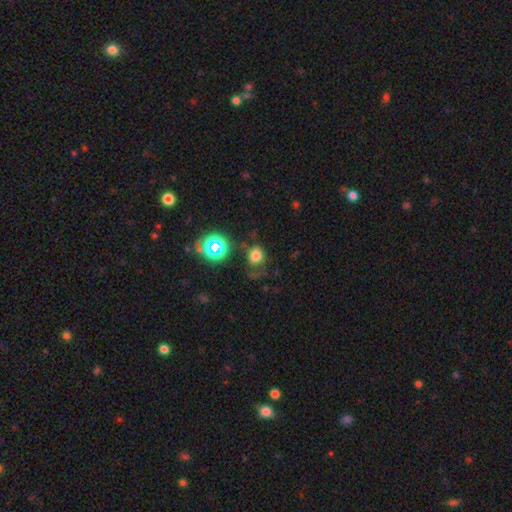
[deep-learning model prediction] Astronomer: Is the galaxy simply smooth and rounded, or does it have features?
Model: smooth — 71%.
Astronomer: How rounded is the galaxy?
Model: round — 66%.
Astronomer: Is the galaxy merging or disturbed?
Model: none — 56%.